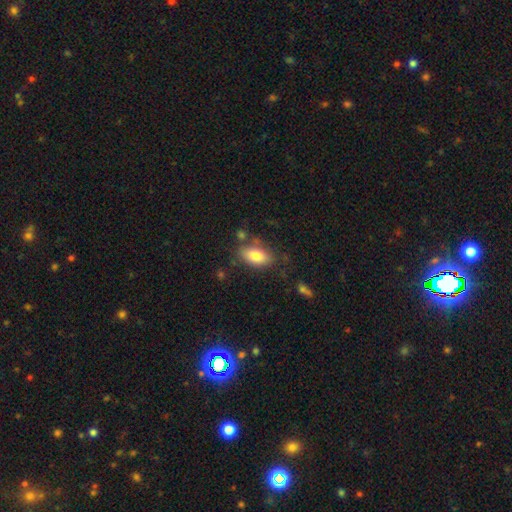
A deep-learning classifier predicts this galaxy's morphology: Smooth or featured? smooth (81%)
How rounded? in between (90%)
Merging? none (71%)